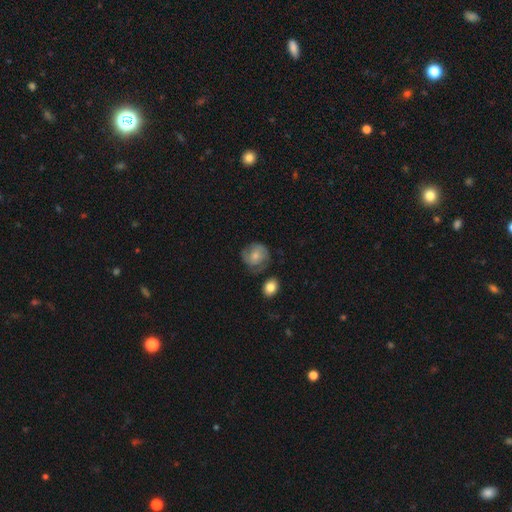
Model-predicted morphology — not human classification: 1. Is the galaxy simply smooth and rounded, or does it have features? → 47% smooth, 46% featured or disk, 7% star or artifact.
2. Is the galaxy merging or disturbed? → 66% none, 21% minor disturbance, 8% major disturbance, 5% merger.